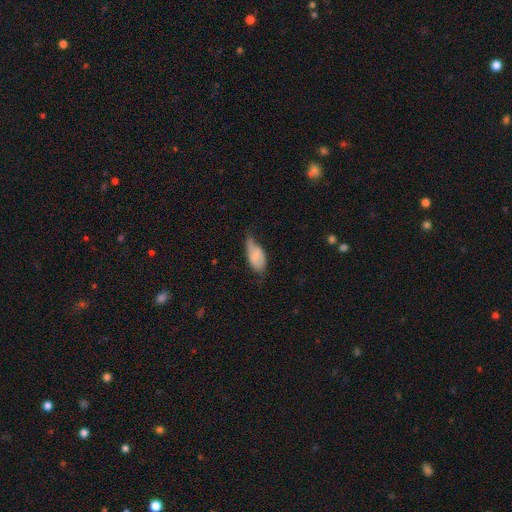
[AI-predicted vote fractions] Smooth or featured: smooth — 70% (featured or disk — 23%)
How rounded: in between — 92% (cigar-shaped — 5%)
Merging: minor disturbance — 46% (none — 32%)